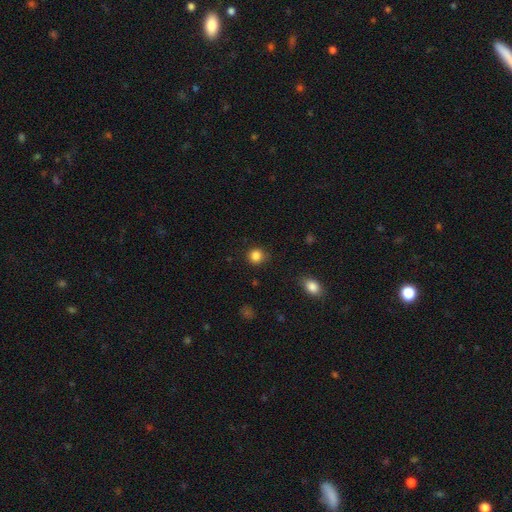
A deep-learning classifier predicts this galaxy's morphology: Smooth or featured: smooth — 85% (star or artifact — 11%)
How rounded: round — 90% (in between — 9%)
Merging: none — 86% (minor disturbance — 10%)